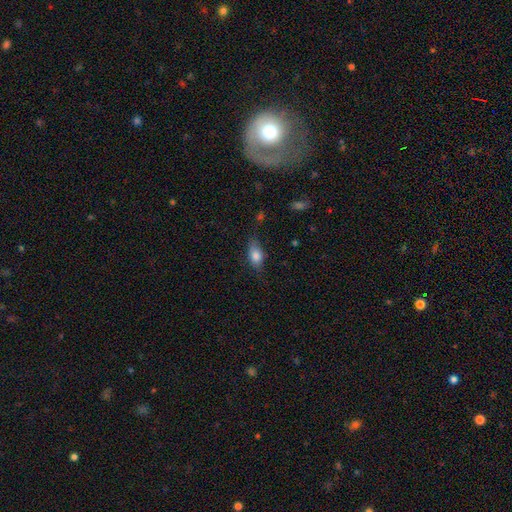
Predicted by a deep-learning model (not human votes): This is likely a smooth galaxy (78%). How rounded: clearly in between (84%). Merging: likely none (65%).